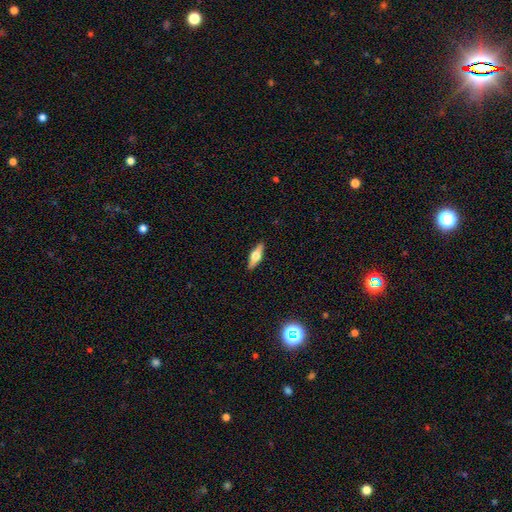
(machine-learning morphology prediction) The model was most divided on "smooth or featured": featured or disk: 53%, smooth: 40%, star or artifact: 7%. More confident: edge-on disk — yes (94%); merging — none (90%).